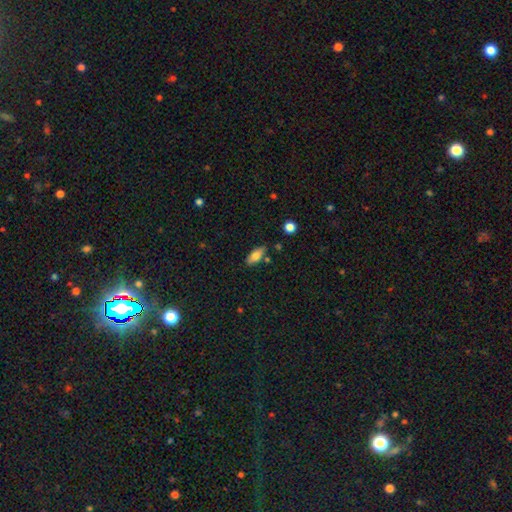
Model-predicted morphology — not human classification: Smooth or featured?
  - smooth: 79% *
  - featured or disk: 13%
  - star or artifact: 7%
How rounded?
  - in between: 84% *
  - cigar-shaped: 13%
  - round: 3%
Merging?
  - none: 79% *
  - minor disturbance: 13%
  - merger: 5%
  - major disturbance: 3%